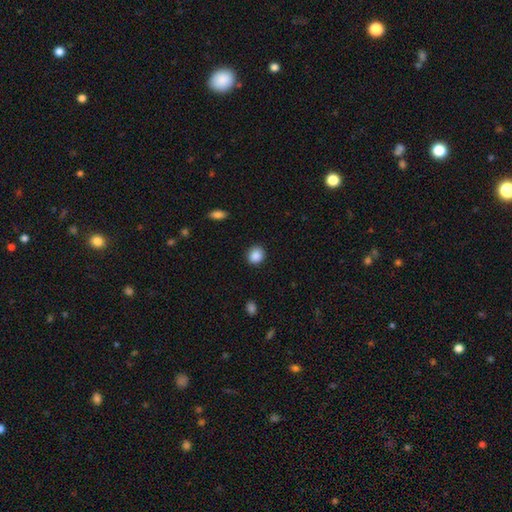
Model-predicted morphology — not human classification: A smooth galaxy with no disk features (88%) that is round (83%).

Vote fractions:
- Smooth or featured? smooth: 88% / star or artifact: 9% / featured or disk: 3%
- How rounded? round: 83% / in between: 16% / cigar-shaped: 1%
- Merging? none: 89% / minor disturbance: 7% / major disturbance: 2% / merger: 1%